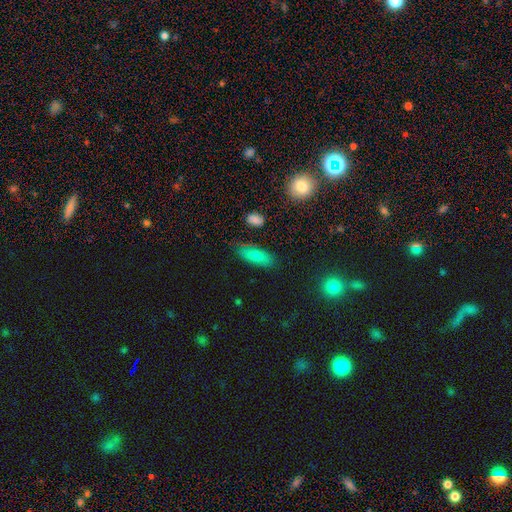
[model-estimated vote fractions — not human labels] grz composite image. It shows a smooth galaxy with no disk features (75%) that is in between round and cigar-shaped (77%). Merging: none (78%).